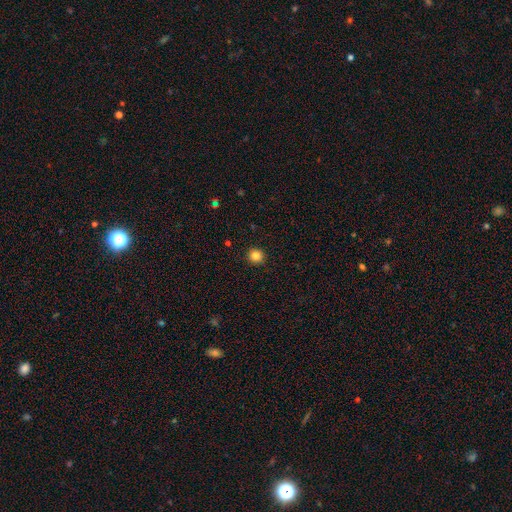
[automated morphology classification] A smooth galaxy with no disk features (85%) that is round (94%). Merging: none (93%).